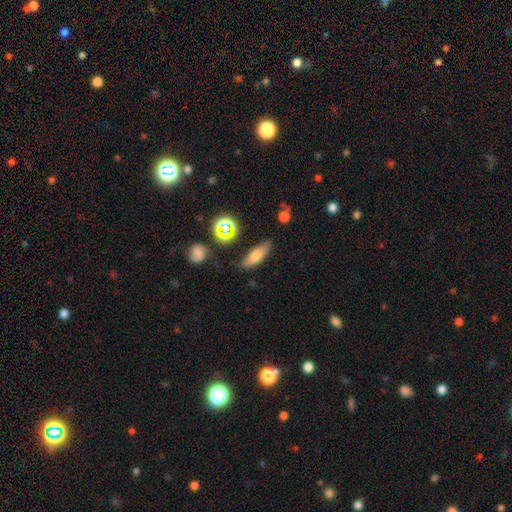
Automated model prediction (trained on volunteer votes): This appears to be a smooth galaxy with no disk features (66%) that is in between round and cigar-shaped (57%). Merging: none (78%).